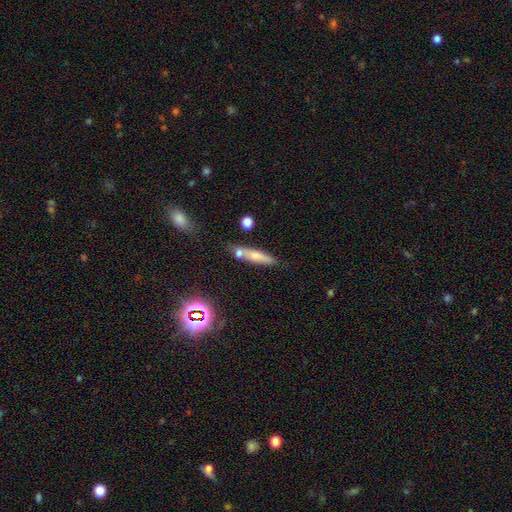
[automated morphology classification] A smooth galaxy with no disk features (65%) that is cigar-shaped (80%). Merging: none (61%).